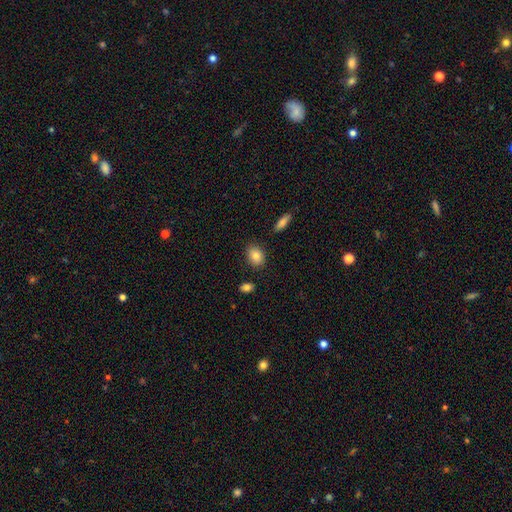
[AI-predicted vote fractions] smooth-or-featured: smooth: 83% | featured or disk: 9% | star or artifact: 8%
  how-rounded: in between: 68% | round: 30% | cigar-shaped: 2%
  merging: none: 85% | minor disturbance: 10% | merger: 3% | major disturbance: 2%